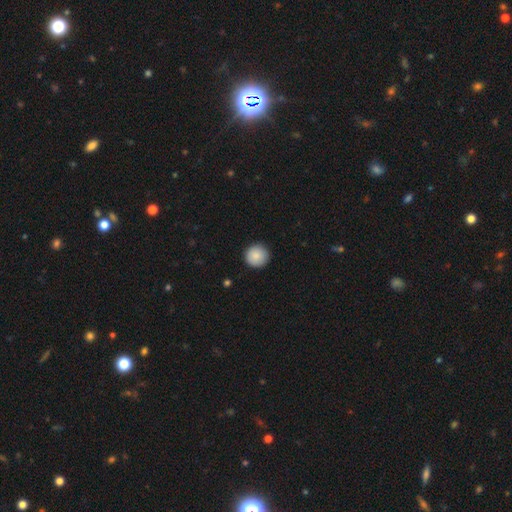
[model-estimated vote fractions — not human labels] Overall: smooth (88%). How rounded: round (95%). Merging: none (92%).